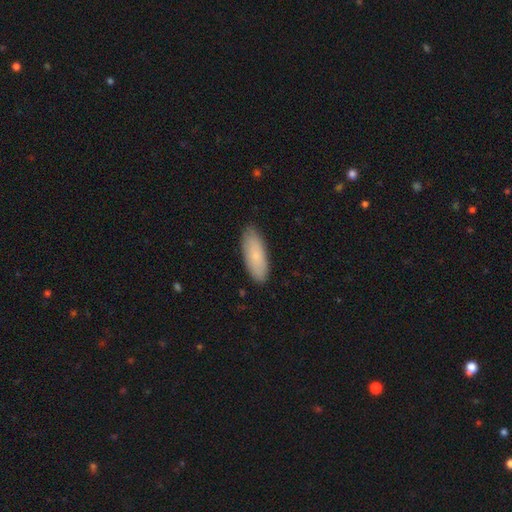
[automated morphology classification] smooth_or_featured: smooth (p=0.79) [alt: featured or disk p=0.15]
how_rounded: in between (p=0.70) [alt: cigar-shaped p=0.28]
merging: none (p=0.86) [alt: minor disturbance p=0.11]